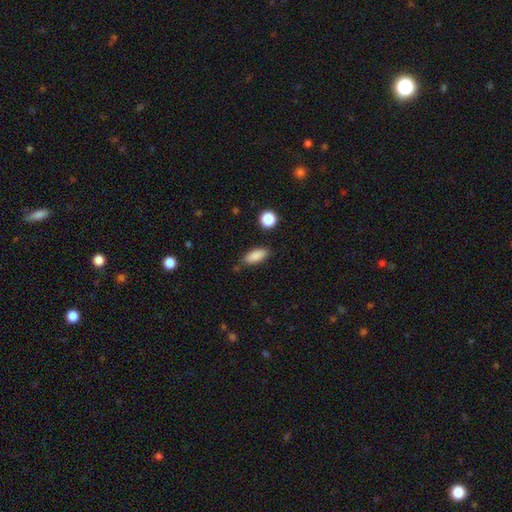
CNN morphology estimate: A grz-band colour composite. It shows a smooth galaxy with no disk features (86%) that is in between round and cigar-shaped (77%). Merging: none (80%).